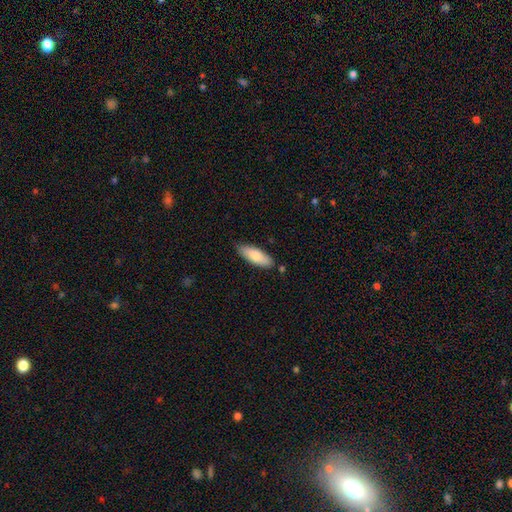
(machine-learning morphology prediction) A smooth galaxy with no disk features (78%) that is in between round and cigar-shaped (68%). Merging: none (84%).